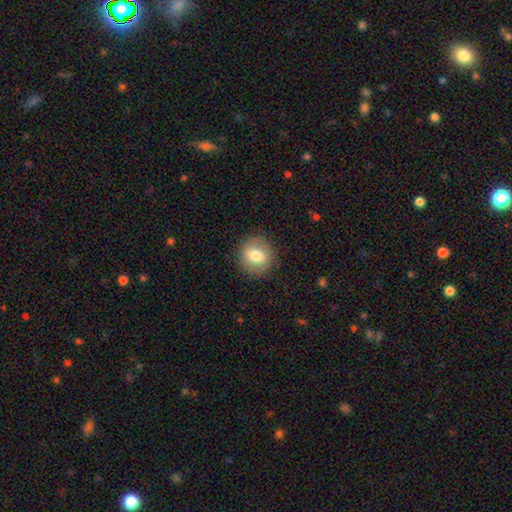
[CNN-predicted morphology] Overall: smooth (71%). How rounded: round (85%). Merging: none (88%).